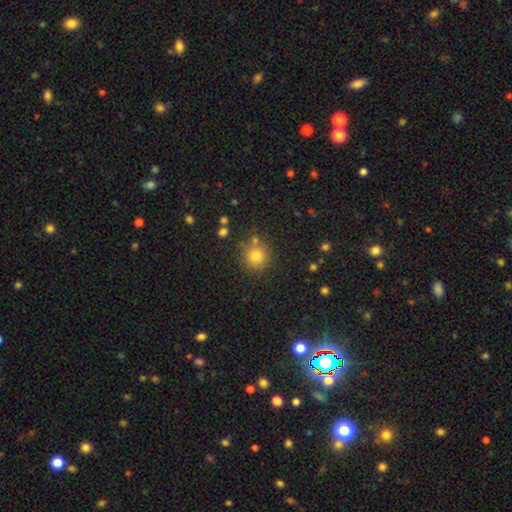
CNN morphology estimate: smooth_or_featured: smooth (p=0.80) [alt: star or artifact p=0.14]
how_rounded: round (p=0.92) [alt: in between p=0.07]
merging: none (p=0.80) [alt: minor disturbance p=0.10]